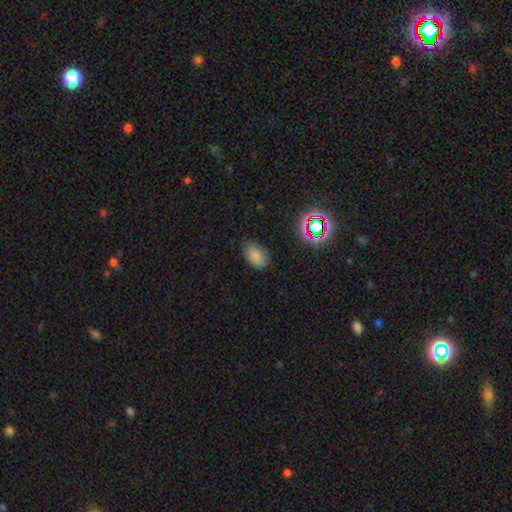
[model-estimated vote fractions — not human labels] smooth-or-featured: smooth: 78% | star or artifact: 14% | featured or disk: 8%
  how-rounded: in between: 85% | round: 14% | cigar-shaped: 1%
  merging: none: 77% | minor disturbance: 18% | major disturbance: 4% | merger: 1%